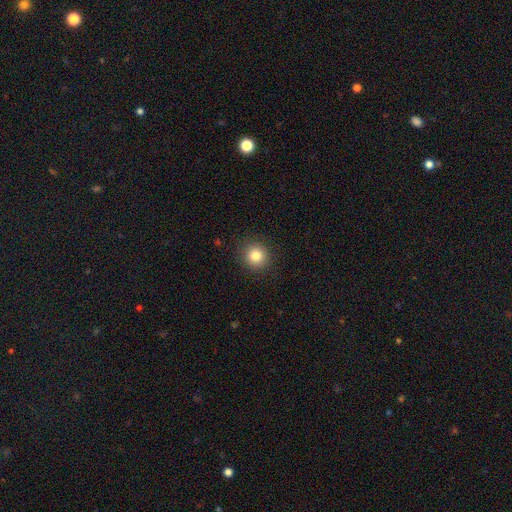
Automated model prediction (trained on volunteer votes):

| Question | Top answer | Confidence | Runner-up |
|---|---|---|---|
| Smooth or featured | smooth | 82% | star or artifact (11%) |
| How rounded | round | 93% | in between (6%) |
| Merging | none | 91% | minor disturbance (6%) |